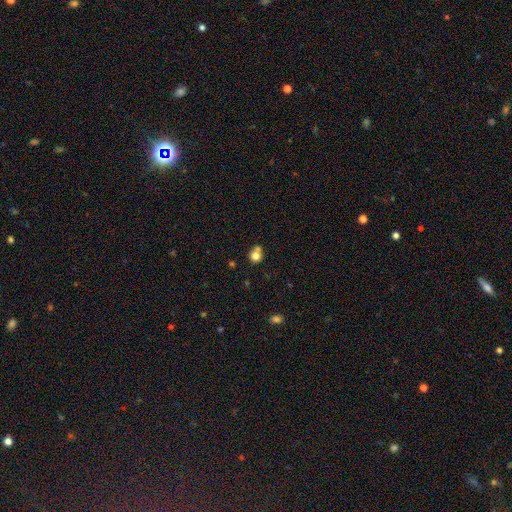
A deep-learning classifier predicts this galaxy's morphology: smooth_or_featured: smooth (p=0.79) [alt: star or artifact p=0.12]
how_rounded: round (p=0.81) [alt: in between p=0.18]
merging: none (p=0.53) [alt: merger p=0.28]